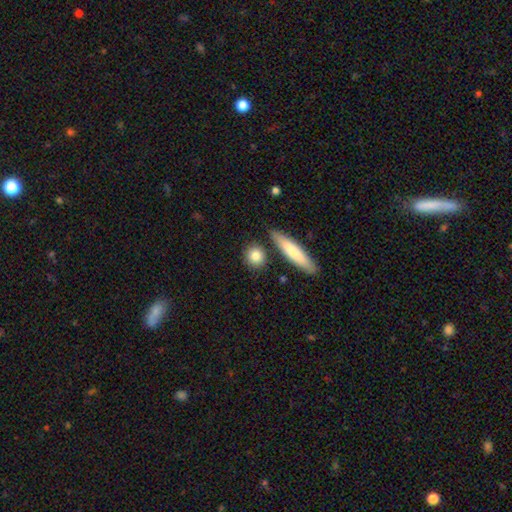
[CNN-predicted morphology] Q: Smooth or featured?
A: smooth (83%); runner-up: featured or disk (11%)
Q: How rounded?
A: round (67%); runner-up: in between (21%)
Q: Merging?
A: none (80%); runner-up: minor disturbance (10%)